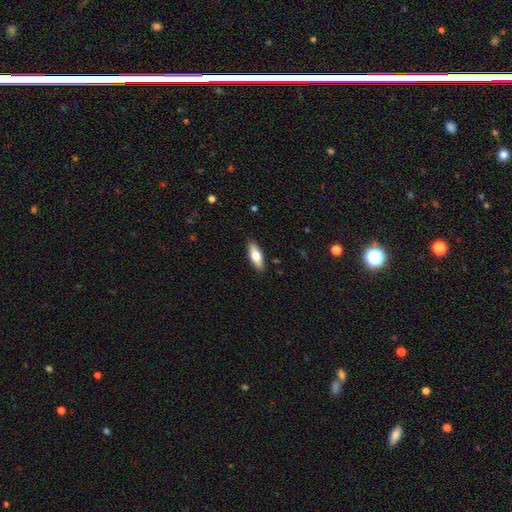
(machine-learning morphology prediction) This is likely a smooth galaxy (67%). How rounded: likely in between (69%). Merging: clearly none (89%).